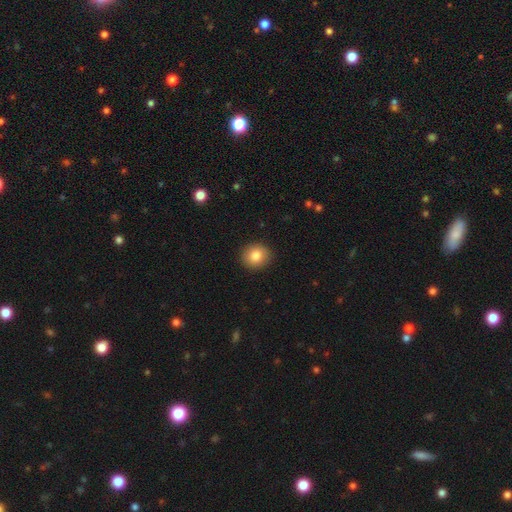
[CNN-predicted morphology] type=smooth (84%); roundness=round (81%); merging=none (91%).